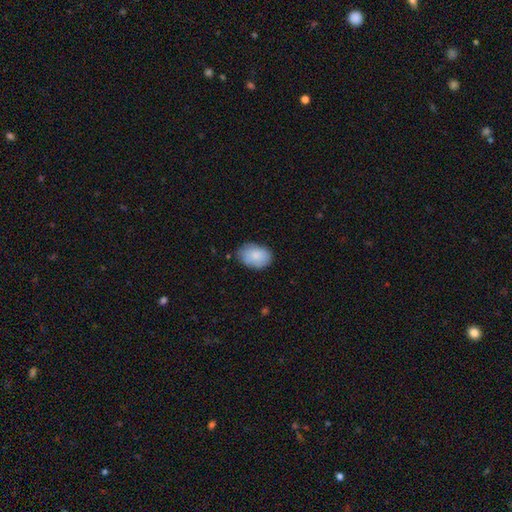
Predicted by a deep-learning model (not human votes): Overall: smooth (84%). How rounded: in between (83%). Merging: none (73%).